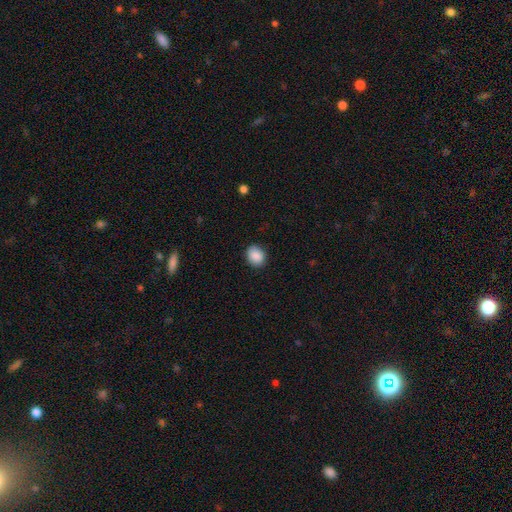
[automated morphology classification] smooth-or-featured: smooth: 89% | star or artifact: 8% | featured or disk: 3%
  how-rounded: round: 54% | in between: 45% | cigar-shaped: 1%
  merging: none: 88% | minor disturbance: 9% | major disturbance: 2% | merger: 1%